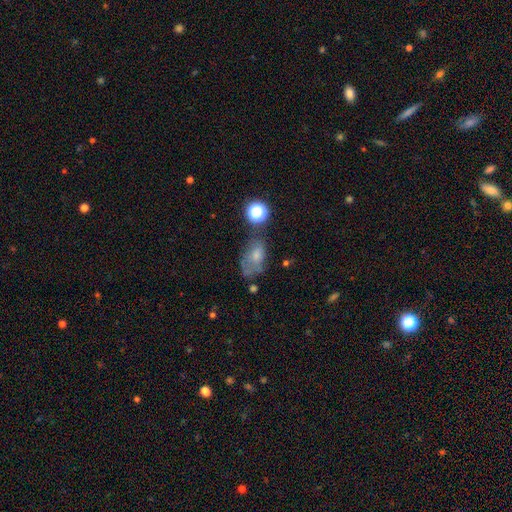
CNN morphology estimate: Smooth or featured? Predicted: smooth (p=0.59). How rounded? Predicted: in between (p=0.84). Merging? Predicted: none (p=0.40).